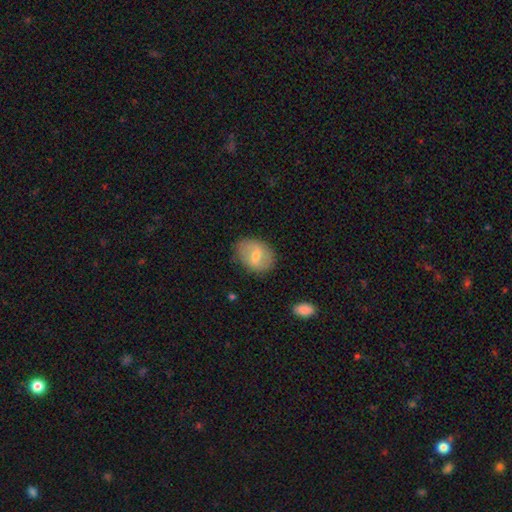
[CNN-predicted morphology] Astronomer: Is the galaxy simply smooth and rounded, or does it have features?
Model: smooth — 54% (runner-up: featured or disk, 39%).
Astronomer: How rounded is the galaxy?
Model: in between — 61% (runner-up: round, 37%).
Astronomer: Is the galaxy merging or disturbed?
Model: none — 79%.